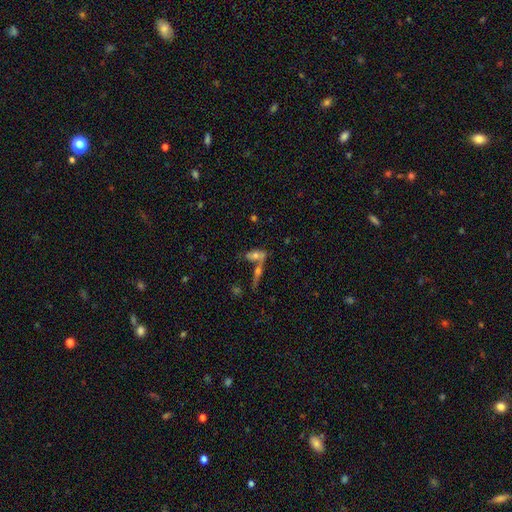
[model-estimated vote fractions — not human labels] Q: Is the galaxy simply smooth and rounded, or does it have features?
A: smooth — 54%.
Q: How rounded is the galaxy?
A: in between — 73%.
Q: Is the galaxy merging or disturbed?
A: merger — 48%.